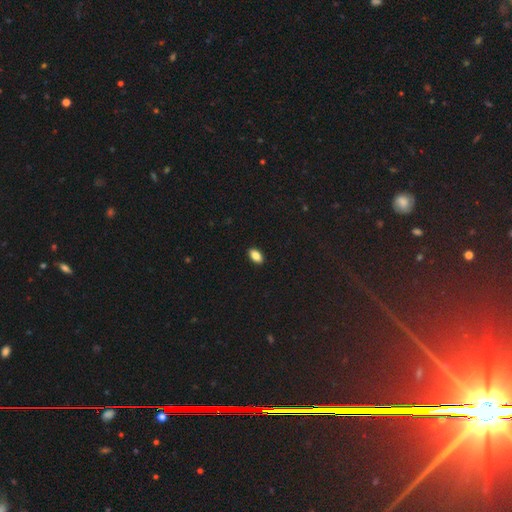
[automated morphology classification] Smooth or featured? smooth (84%)
How rounded? in between (91%)
Merging? none (90%)